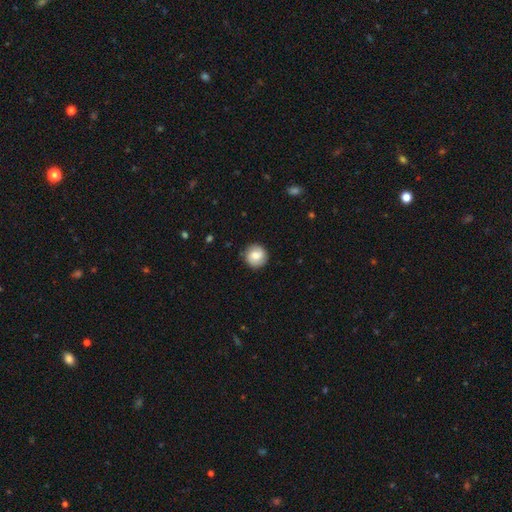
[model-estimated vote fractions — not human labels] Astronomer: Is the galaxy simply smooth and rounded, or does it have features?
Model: smooth — 67%.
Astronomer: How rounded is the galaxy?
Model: round — 92%.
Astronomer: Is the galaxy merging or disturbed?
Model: none — 87%.